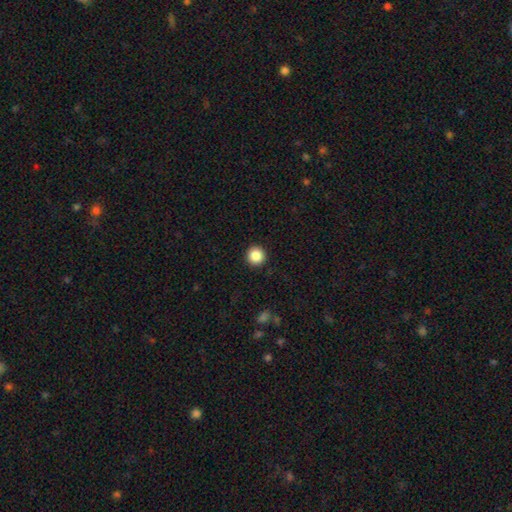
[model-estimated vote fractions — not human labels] smooth_or_featured: smooth (p=0.87) [alt: star or artifact p=0.09]
how_rounded: round (p=0.95) [alt: in between p=0.04]
merging: none (p=0.93) [alt: minor disturbance p=0.04]